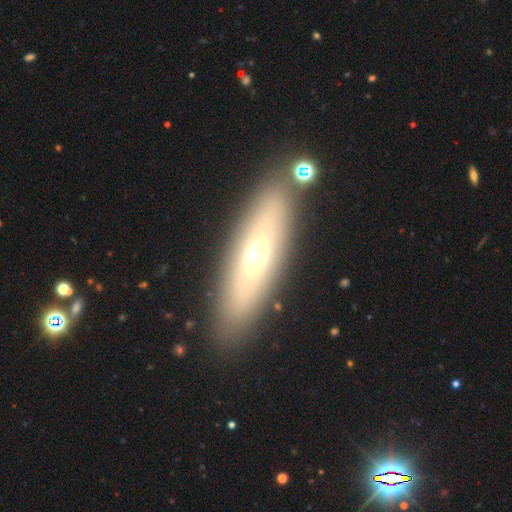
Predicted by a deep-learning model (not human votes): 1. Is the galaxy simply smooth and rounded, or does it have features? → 53% smooth, 38% featured or disk, 8% star or artifact.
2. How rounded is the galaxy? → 60% cigar-shaped, 38% in between, 3% round.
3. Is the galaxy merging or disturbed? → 84% none, 9% minor disturbance, 5% merger, 3% major disturbance.